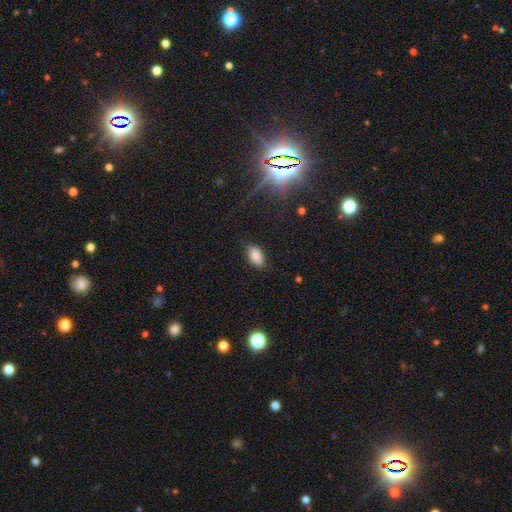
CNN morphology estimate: Smooth or featured? smooth (84%)
How rounded? in between (93%)
Merging? none (79%)